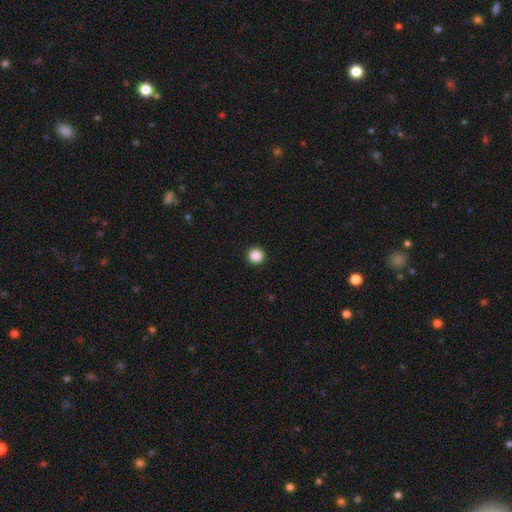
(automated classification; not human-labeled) Overall: smooth (88%). How rounded: round (96%). Merging: none (94%).